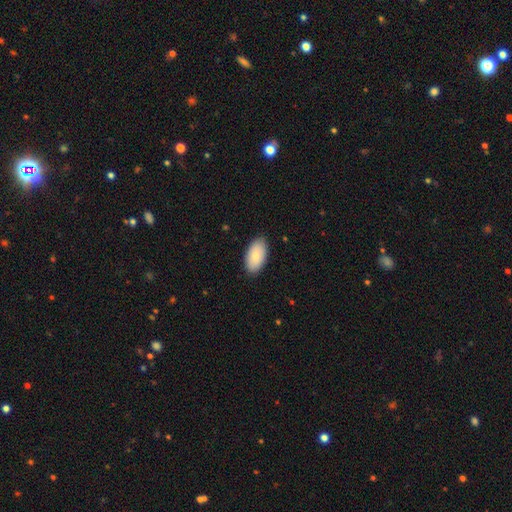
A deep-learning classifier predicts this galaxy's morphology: smooth_or_featured: smooth (p=0.82) [alt: featured or disk p=0.12]
how_rounded: in between (p=0.96) [alt: round p=0.03]
merging: none (p=0.87) [alt: minor disturbance p=0.10]